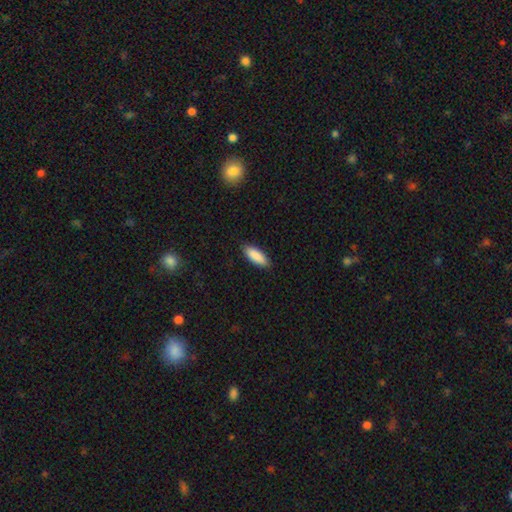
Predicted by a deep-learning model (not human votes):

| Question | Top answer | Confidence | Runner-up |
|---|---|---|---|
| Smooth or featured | smooth | 90% | star or artifact (6%) |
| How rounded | in between | 69% | cigar-shaped (29%) |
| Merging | none | 88% | minor disturbance (9%) |